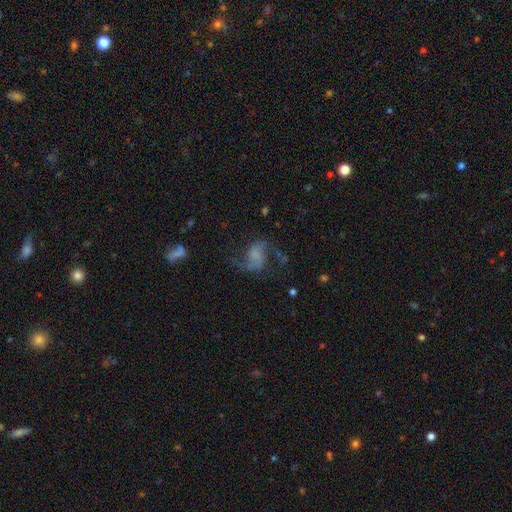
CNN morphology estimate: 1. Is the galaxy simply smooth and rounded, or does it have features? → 80% featured or disk, 11% smooth, 9% star or artifact.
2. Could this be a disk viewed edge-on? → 98% no, 2% yes.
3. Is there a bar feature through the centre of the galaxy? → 51% no, 37% weak, 12% strong.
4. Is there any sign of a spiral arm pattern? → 95% yes, 5% no.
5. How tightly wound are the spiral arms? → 66% loose, 29% medium, 5% tight.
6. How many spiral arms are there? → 91% 2, 3% 1, 2% can't tell, 1% 3, 1% 4, 1% more than 4.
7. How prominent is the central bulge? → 50% none, 24% small, 15% moderate, 8% large, 3% dominant.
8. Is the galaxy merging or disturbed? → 66% none, 16% minor disturbance, 15% major disturbance, 3% merger.